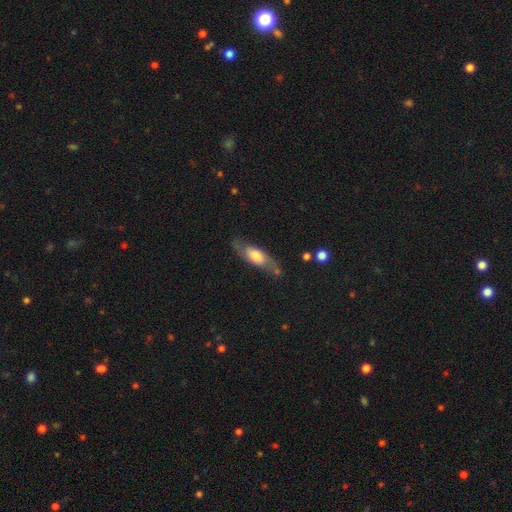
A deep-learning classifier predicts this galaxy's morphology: A smooth galaxy with no disk features (48%). Merging: none (69%).